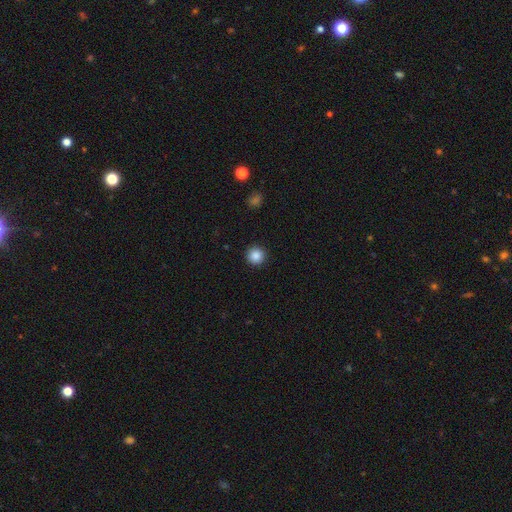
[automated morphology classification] type=smooth (87%); roundness=round (96%); merging=none (93%).